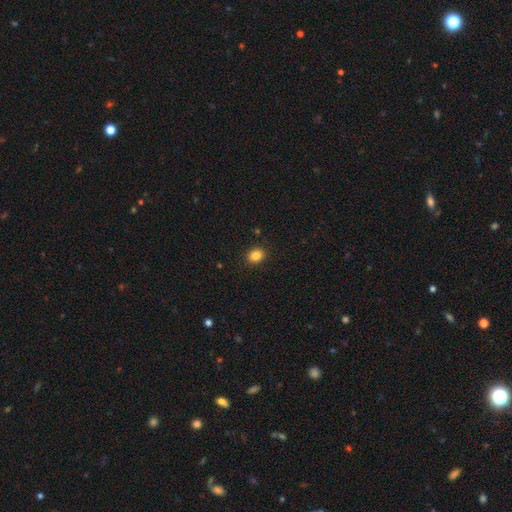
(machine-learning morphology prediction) smooth_or_featured: smooth (p=0.86) [alt: star or artifact p=0.10]
how_rounded: in between (p=0.50) [alt: round p=0.49]
merging: none (p=0.89) [alt: minor disturbance p=0.07]